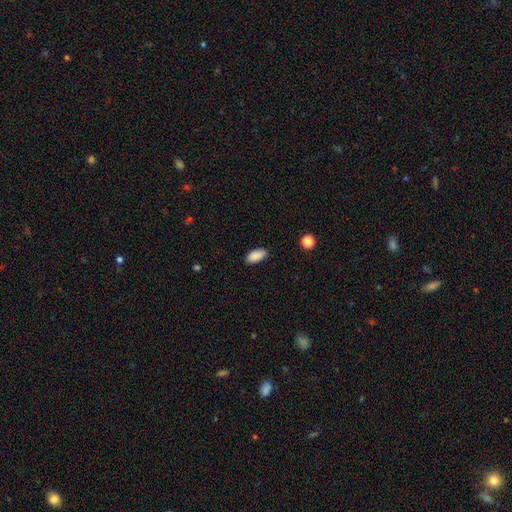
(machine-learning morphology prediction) type=smooth (89%); roundness=in between (93%); merging=none (86%).